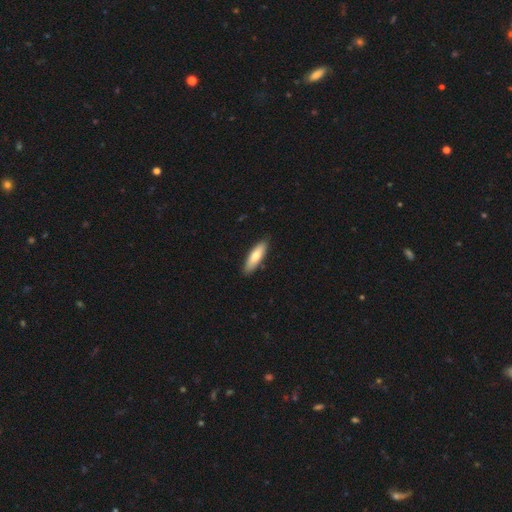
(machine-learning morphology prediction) smooth-or-featured: smooth: 73% | featured or disk: 21% | star or artifact: 5%
  how-rounded: cigar-shaped: 54% | in between: 44% | round: 2%
  merging: none: 88% | minor disturbance: 9% | major disturbance: 2% | merger: 1%